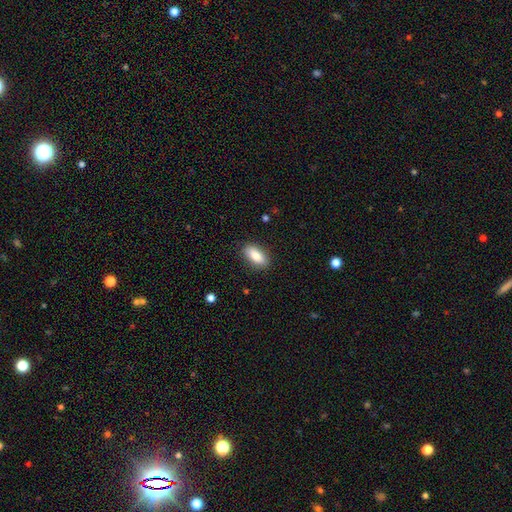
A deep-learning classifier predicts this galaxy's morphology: Q: Smooth or featured?
A: smooth (85%); runner-up: featured or disk (8%)
Q: How rounded?
A: in between (84%); runner-up: cigar-shaped (13%)
Q: Merging?
A: none (87%); runner-up: minor disturbance (9%)